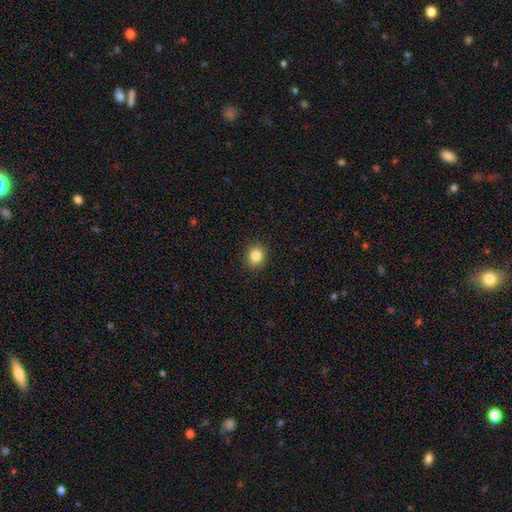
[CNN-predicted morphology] Q: Smooth or featured?
A: smooth (85%); runner-up: star or artifact (10%)
Q: How rounded?
A: round (68%); runner-up: in between (31%)
Q: Merging?
A: none (90%); runner-up: minor disturbance (7%)